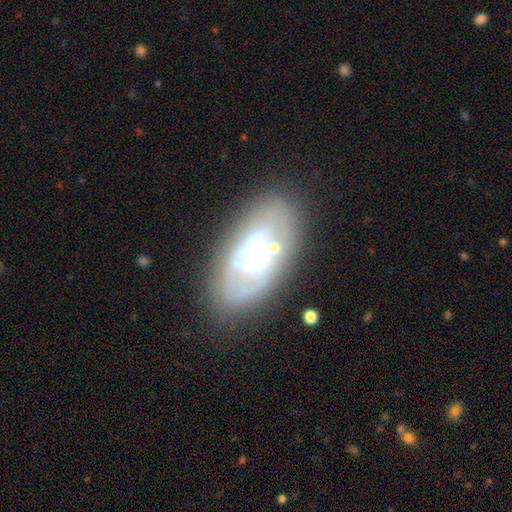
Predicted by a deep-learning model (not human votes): smooth-or-featured: featured or disk: 60% | smooth: 32% | star or artifact: 8%
  disk-edge-on: no: 92% | yes: 8%
    bar: no: 78% | weak: 16% | strong: 5%
    has-spiral-arms: no: 60% | yes: 40%
    bulge-size: moderate: 43% | small: 33% | large: 15% | none: 5% | dominant: 3%
  merging: none: 68% | minor disturbance: 18% | major disturbance: 9% | merger: 5%